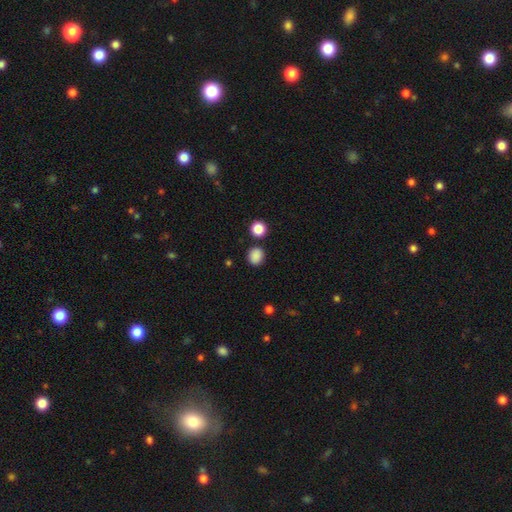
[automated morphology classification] A smooth galaxy with no disk features (86%) that is round (78%). Merging: none (84%).